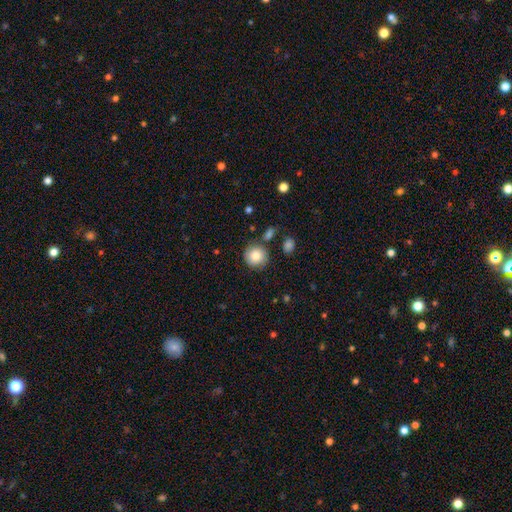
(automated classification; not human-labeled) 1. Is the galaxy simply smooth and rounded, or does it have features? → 83% smooth, 9% featured or disk, 8% star or artifact.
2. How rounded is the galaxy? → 92% round, 7% in between, 1% cigar-shaped.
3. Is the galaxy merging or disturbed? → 79% none, 12% minor disturbance, 6% merger, 4% major disturbance.